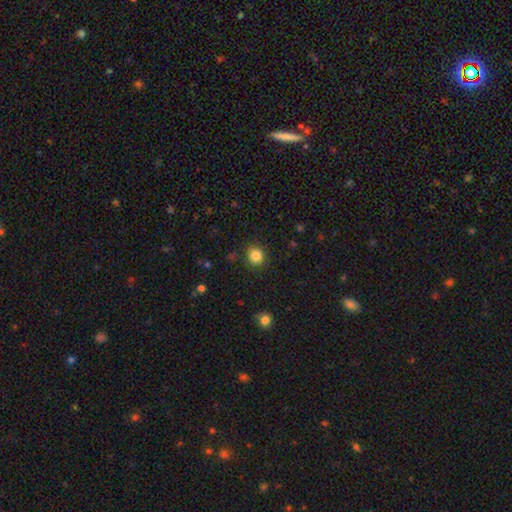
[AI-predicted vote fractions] Smooth or featured?
  - smooth: 84% *
  - star or artifact: 11%
  - featured or disk: 5%
How rounded?
  - round: 85% *
  - in between: 14%
  - cigar-shaped: 1%
Merging?
  - none: 88% *
  - minor disturbance: 8%
  - major disturbance: 2%
  - merger: 1%